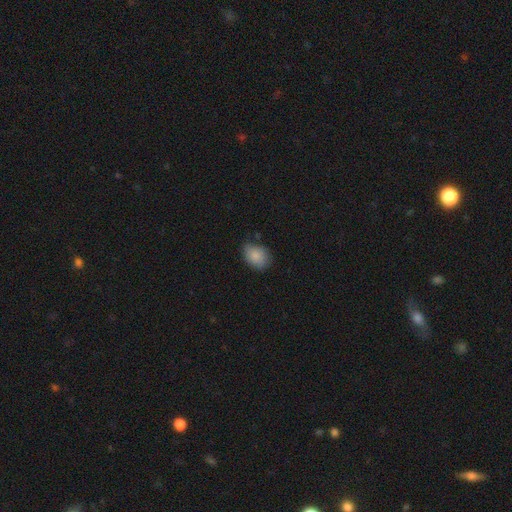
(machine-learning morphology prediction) This is clearly a smooth galaxy (86%). How rounded: likely in between (71%). Merging: likely none (67%).